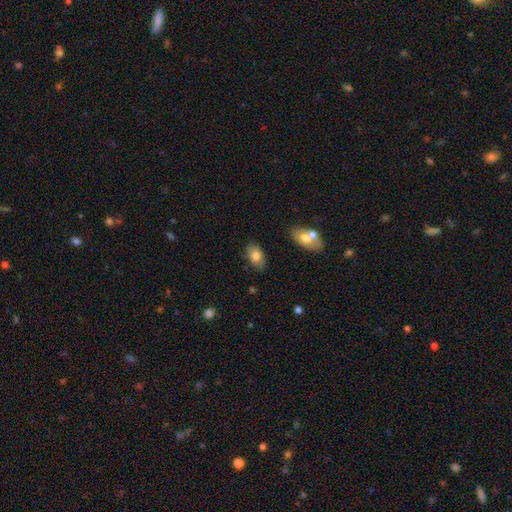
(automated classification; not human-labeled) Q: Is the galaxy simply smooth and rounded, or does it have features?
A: smooth — 79%.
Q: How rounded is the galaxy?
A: in between — 90%.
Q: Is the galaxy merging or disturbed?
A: none — 81%.